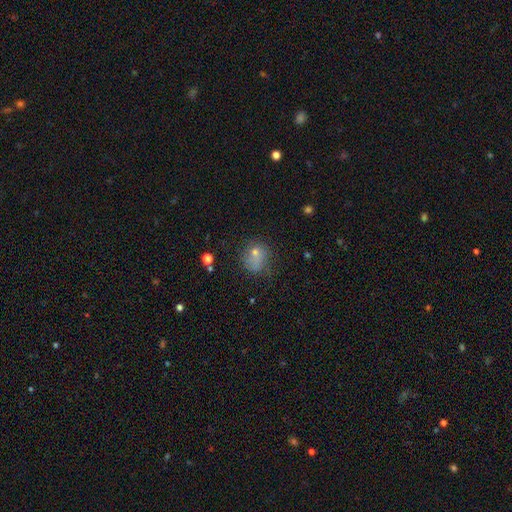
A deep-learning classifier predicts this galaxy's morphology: smooth-or-featured: smooth: 69% | featured or disk: 16% | star or artifact: 15%
  how-rounded: round: 66% | in between: 33% | cigar-shaped: 1%
  merging: none: 46% | minor disturbance: 28% | major disturbance: 21% | merger: 6%